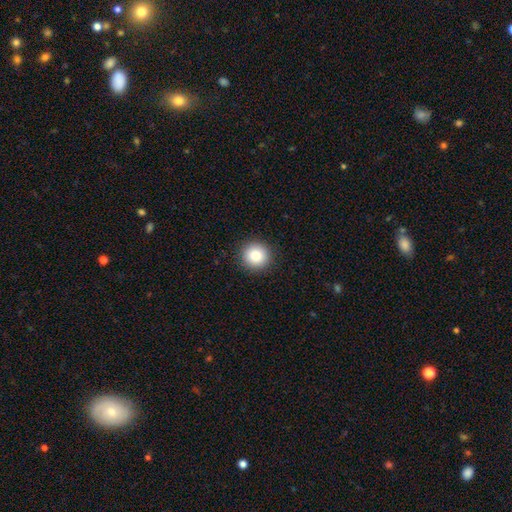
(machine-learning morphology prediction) smooth_or_featured: smooth (p=0.85) [alt: star or artifact p=0.09]
how_rounded: round (p=0.94) [alt: in between p=0.05]
merging: none (p=0.92) [alt: minor disturbance p=0.05]